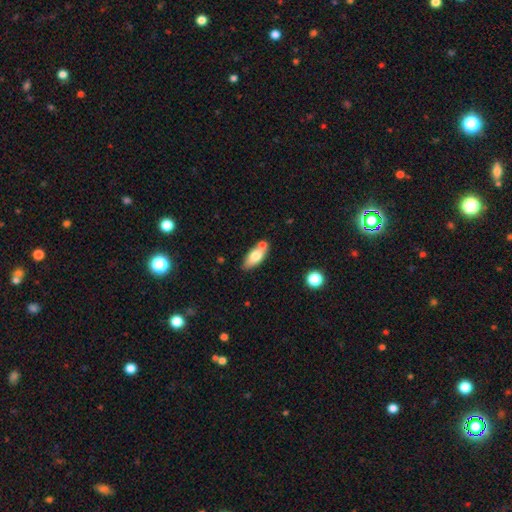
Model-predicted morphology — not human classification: Q: Smooth or featured?
A: smooth (70%); runner-up: featured or disk (23%)
Q: How rounded?
A: in between (81%); runner-up: cigar-shaped (16%)
Q: Merging?
A: none (60%); runner-up: merger (21%)